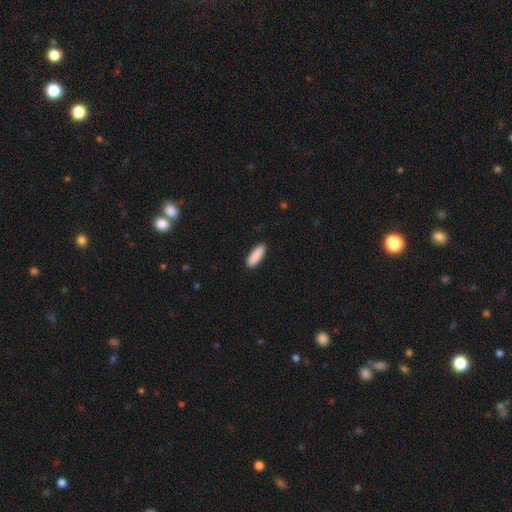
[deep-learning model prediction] Smooth or featured: smooth — 91% (star or artifact — 6%)
How rounded: in between — 63% (cigar-shaped — 36%)
Merging: none — 90% (minor disturbance — 8%)